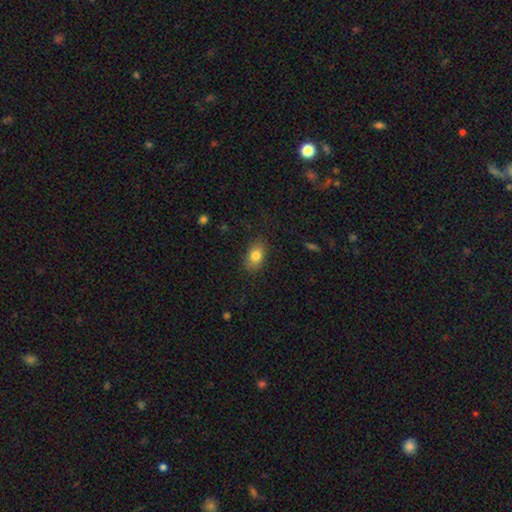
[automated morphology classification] This is clearly a smooth galaxy (81%). How rounded: clearly in between (84%). Merging: clearly none (85%).